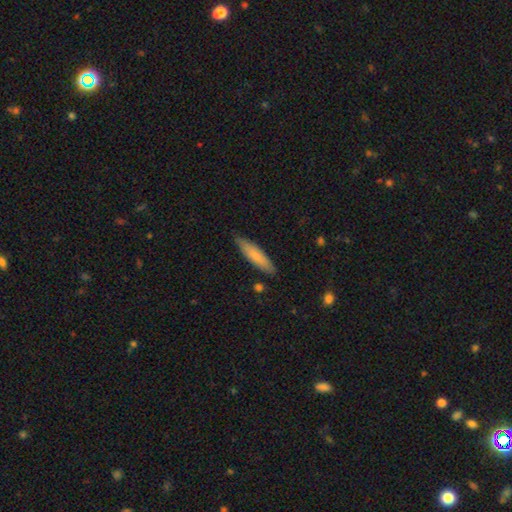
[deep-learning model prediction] A smooth galaxy with no disk features (73%) that is cigar-shaped (73%).

Vote fractions:
- Smooth or featured? smooth: 73% / featured or disk: 21% / star or artifact: 5%
- How rounded? cigar-shaped: 73% / in between: 25% / round: 1%
- Merging? none: 84% / minor disturbance: 13% / major disturbance: 2% / merger: 1%